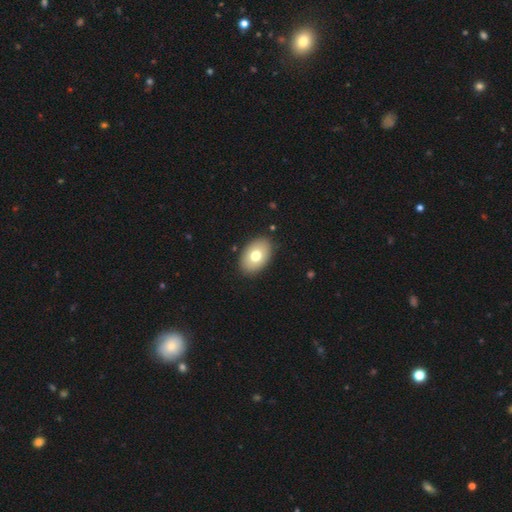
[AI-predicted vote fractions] smooth 72%, featured or disk 21%, star or artifact 7%. Down the decision tree: how rounded — in between (87%); merging — none (89%).